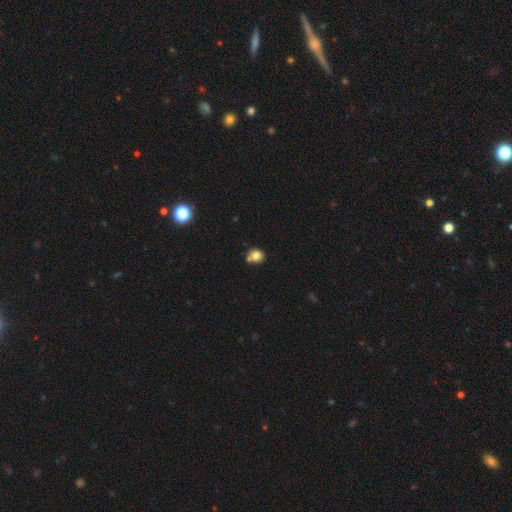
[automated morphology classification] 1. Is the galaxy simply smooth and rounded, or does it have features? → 78% smooth, 11% star or artifact, 11% featured or disk.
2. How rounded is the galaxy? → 78% round, 21% in between, 1% cigar-shaped.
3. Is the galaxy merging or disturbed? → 63% none, 21% merger, 13% minor disturbance, 3% major disturbance.